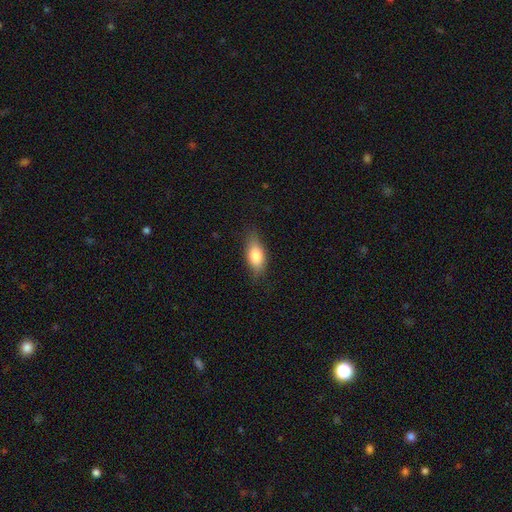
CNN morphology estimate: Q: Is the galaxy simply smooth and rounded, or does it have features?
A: smooth — 79%.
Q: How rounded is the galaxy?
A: in between — 81%.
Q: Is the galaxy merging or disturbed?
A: none — 76%.